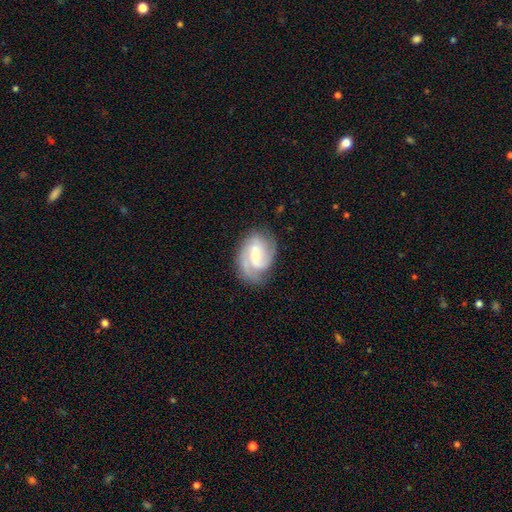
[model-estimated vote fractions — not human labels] Smooth or featured?
  - featured or disk: 83% *
  - smooth: 12%
  - star or artifact: 5%
Edge-on disk?
  - no: 97% *
  - yes: 3%
Bar?
  - weak: 49% *
  - no: 28%
  - strong: 22%
Spiral arms?
  - yes: 96% *
  - no: 4%
Spiral winding?
  - medium: 47% *
  - tight: 37%
  - loose: 16%
Spiral arm count?
  - 2: 51% *
  - 3: 25%
  - can't tell: 13%
  - 1: 6%
  - 4: 4%
  - more than 4: 3%
Bulge size?
  - small: 54% *
  - moderate: 42%
  - large: 2%
  - none: 1%
  - dominant: 1%
Merging?
  - none: 74% *
  - minor disturbance: 17%
  - major disturbance: 7%
  - merger: 1%